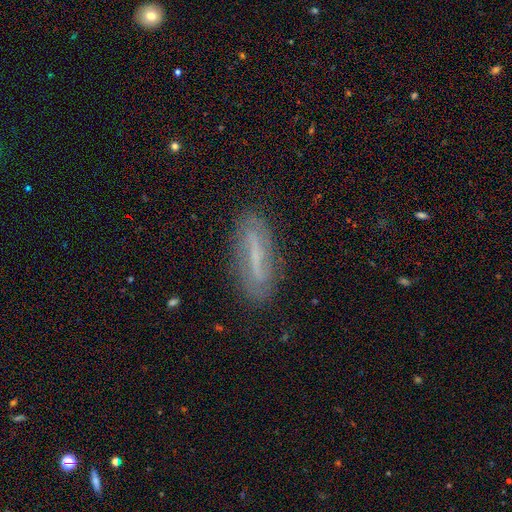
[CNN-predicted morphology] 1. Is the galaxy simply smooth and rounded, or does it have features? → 60% featured or disk, 29% smooth, 10% star or artifact.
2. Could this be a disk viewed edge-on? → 72% no, 28% yes.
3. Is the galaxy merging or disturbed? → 81% none, 14% minor disturbance, 4% major disturbance, 2% merger.